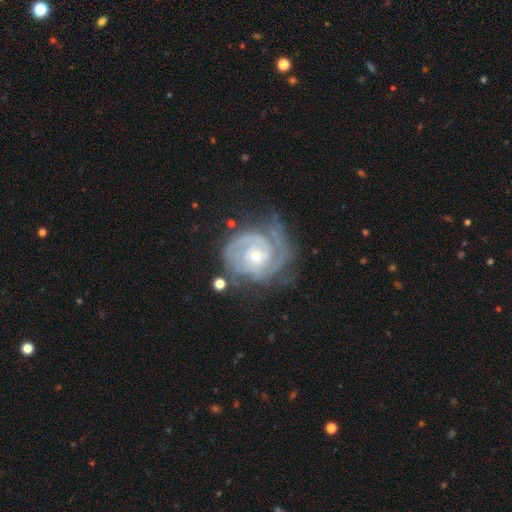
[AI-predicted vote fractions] Morphology: type=featured or disk (90%); edge-on=no (98%); bar=no (71%); spiral arms=yes (98%); winding=tight (72%); arm count=2 (47%); bulge=small (61%); merging=none (61%).